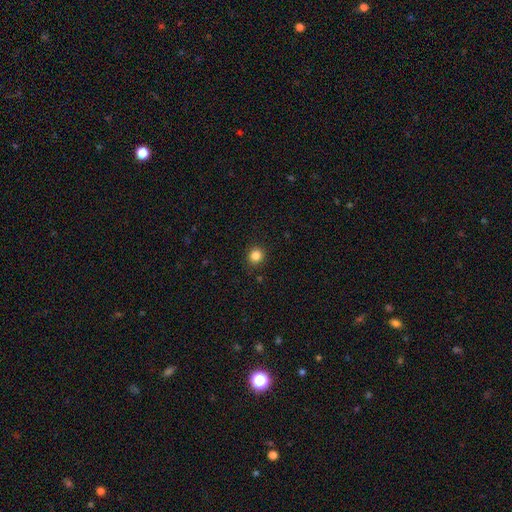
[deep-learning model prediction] A smooth galaxy with no disk features (85%) that is round (90%). Merging: none (91%).